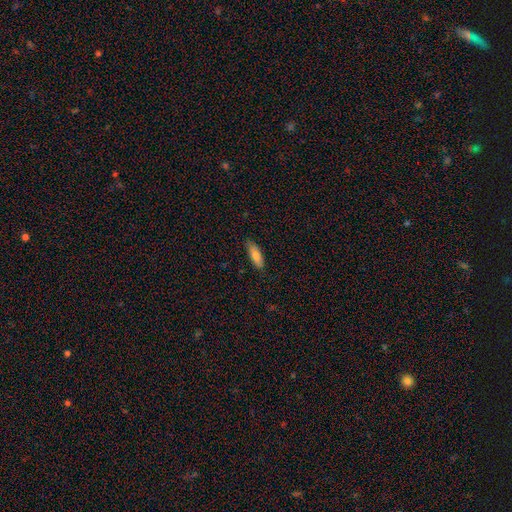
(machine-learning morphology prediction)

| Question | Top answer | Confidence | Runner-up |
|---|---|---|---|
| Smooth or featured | smooth | 81% | featured or disk (13%) |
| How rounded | in between | 60% | cigar-shaped (39%) |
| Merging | none | 84% | minor disturbance (13%) |